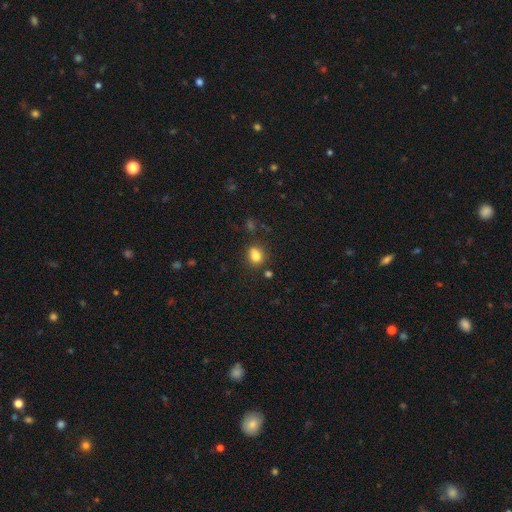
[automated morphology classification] type=smooth (81%); roundness=round (58%); merging=none (70%).